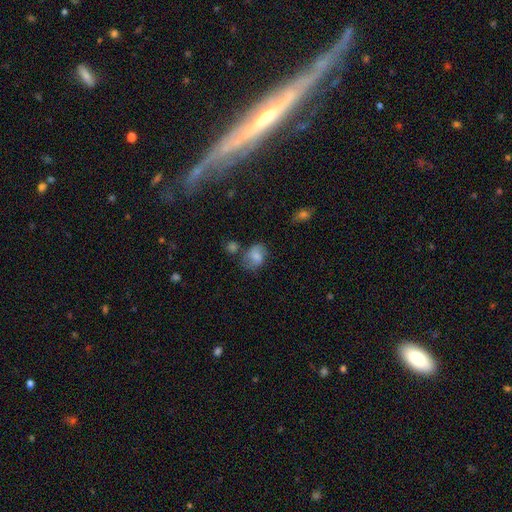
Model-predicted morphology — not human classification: A smooth galaxy with no disk features (73%) that is in between round and cigar-shaped (60%). Merging: none (52%).